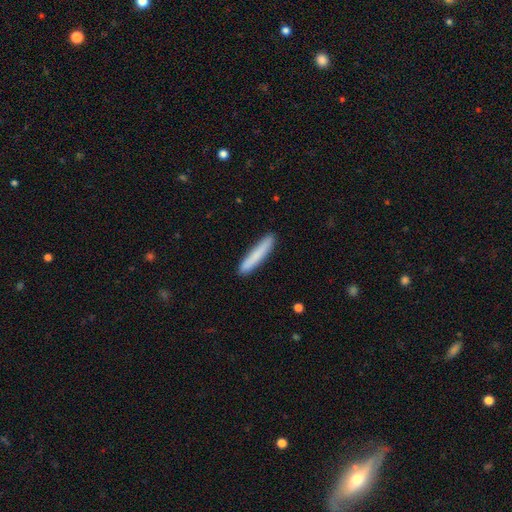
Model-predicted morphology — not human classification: Smooth or featured? smooth (81%)
How rounded? cigar-shaped (95%)
Merging? none (90%)